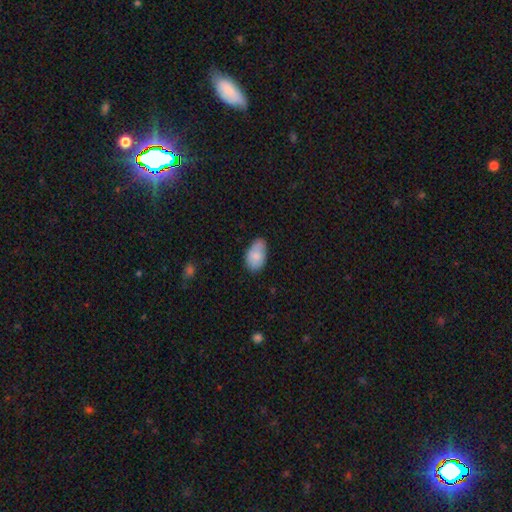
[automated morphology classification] smooth 82%, featured or disk 11%, star or artifact 7%. Down the decision tree: how rounded — in between (92%); merging — none (56%).